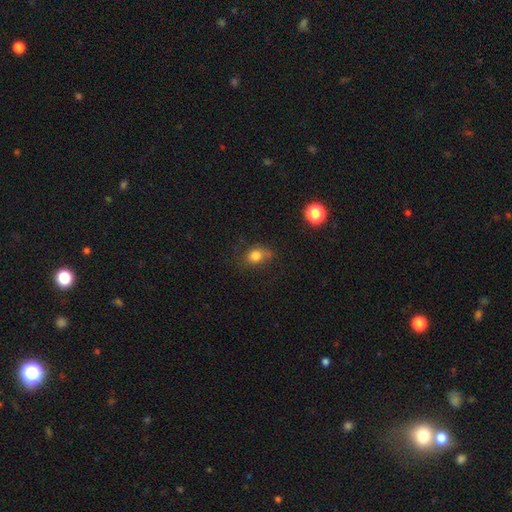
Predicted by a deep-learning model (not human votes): smooth-or-featured: smooth: 78% | star or artifact: 13% | featured or disk: 9%
  how-rounded: round: 58% | in between: 40% | cigar-shaped: 1%
  merging: none: 60% | minor disturbance: 24% | major disturbance: 10% | merger: 6%